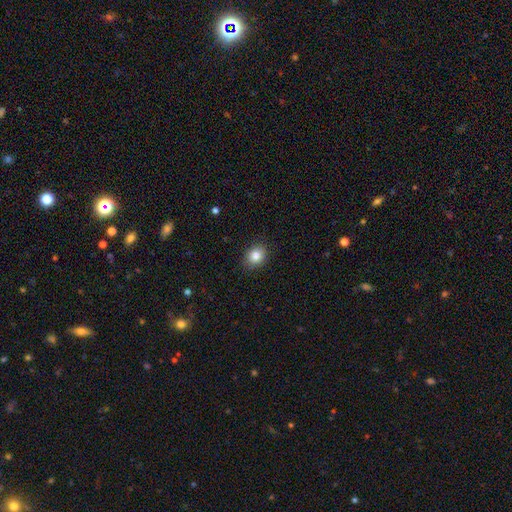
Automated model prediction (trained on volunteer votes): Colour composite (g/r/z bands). It shows a smooth galaxy with no disk features (83%) that is round (53%). Merging: none (87%).